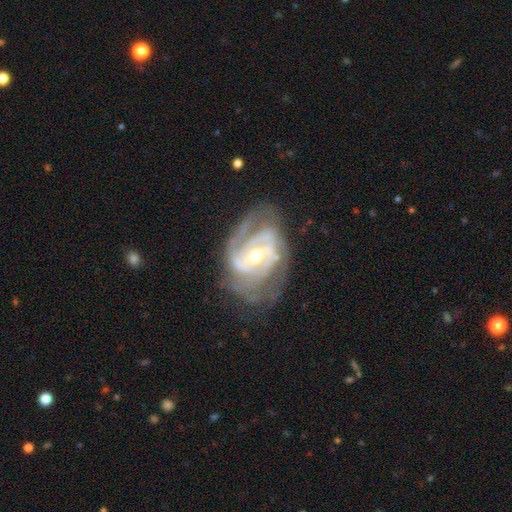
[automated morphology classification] Smooth or featured?
  - featured or disk: 90% *
  - smooth: 5%
  - star or artifact: 5%
Edge-on disk?
  - no: 97% *
  - yes: 3%
Bar?
  - weak: 43% *
  - strong: 36%
  - no: 21%
Spiral arms?
  - yes: 96% *
  - no: 4%
Spiral winding?
  - medium: 45% *
  - tight: 43%
  - loose: 12%
Spiral arm count?
  - 2: 50% *
  - 3: 21%
  - can't tell: 16%
  - 4: 6%
  - 1: 4%
  - more than 4: 4%
Bulge size?
  - small: 53% *
  - moderate: 44%
  - large: 2%
  - none: 1%
  - dominant: 1%
Merging?
  - none: 63% *
  - minor disturbance: 22%
  - major disturbance: 14%
  - merger: 2%